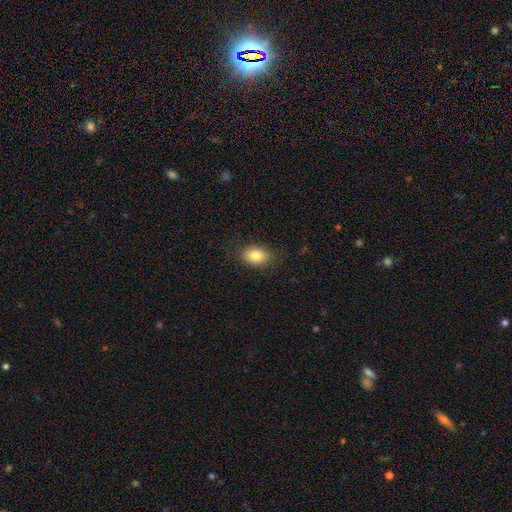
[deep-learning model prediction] Q: Smooth or featured?
A: smooth (82%); runner-up: featured or disk (9%)
Q: How rounded?
A: in between (76%); runner-up: round (23%)
Q: Merging?
A: none (84%); runner-up: minor disturbance (12%)